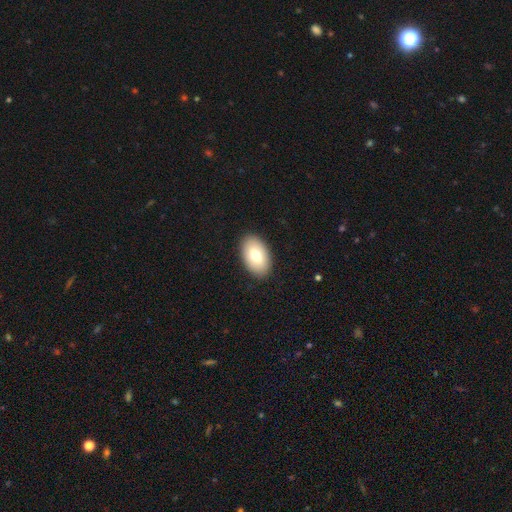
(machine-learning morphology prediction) type=smooth (73%); roundness=in between (94%); merging=none (89%).